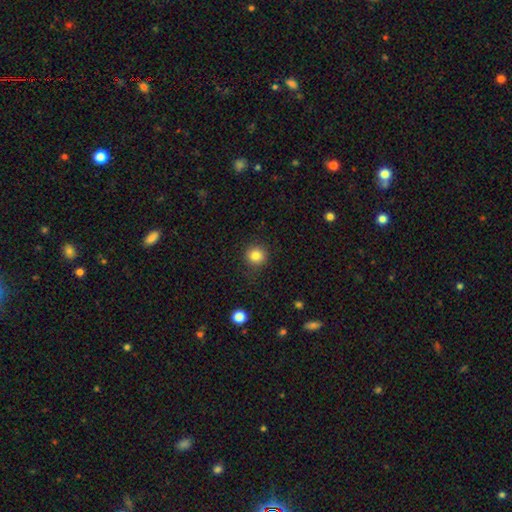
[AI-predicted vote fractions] Smooth or featured? Predicted: smooth (p=0.83). How rounded? Predicted: round (p=0.91). Merging? Predicted: none (p=0.87).